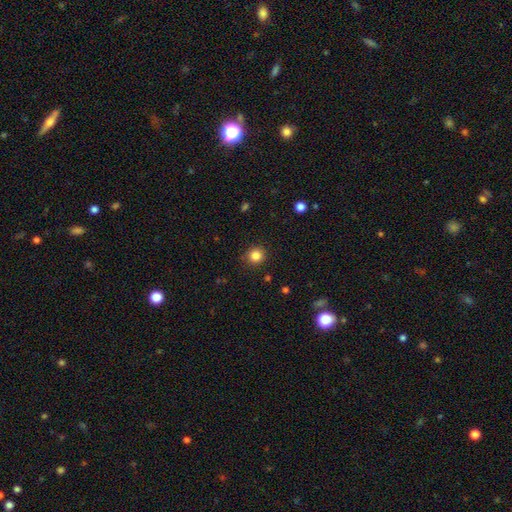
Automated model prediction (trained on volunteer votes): A smooth galaxy with no disk features (84%) that is round (91%).

Vote fractions:
- Smooth or featured? smooth: 84% / star or artifact: 11% / featured or disk: 4%
- How rounded? round: 91% / in between: 8% / cigar-shaped: 1%
- Merging? none: 89% / minor disturbance: 8% / major disturbance: 2% / merger: 1%